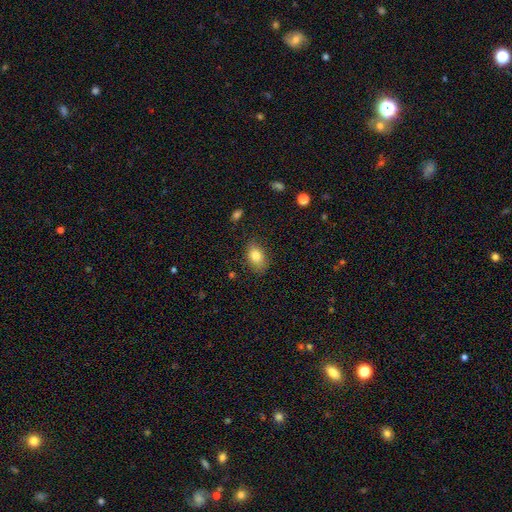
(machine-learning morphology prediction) This appears to be a smooth galaxy with no disk features (82%) that is in between round and cigar-shaped (84%). Merging: none (81%).